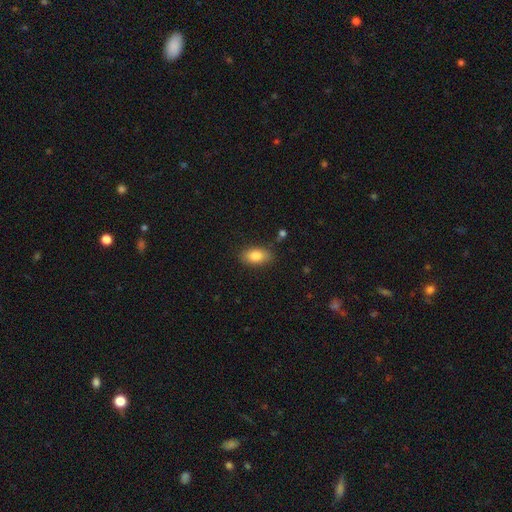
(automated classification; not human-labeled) Smooth or featured?
  - smooth: 83% *
  - featured or disk: 9%
  - star or artifact: 7%
How rounded?
  - in between: 91% *
  - round: 6%
  - cigar-shaped: 3%
Merging?
  - none: 83% *
  - minor disturbance: 12%
  - major disturbance: 3%
  - merger: 2%